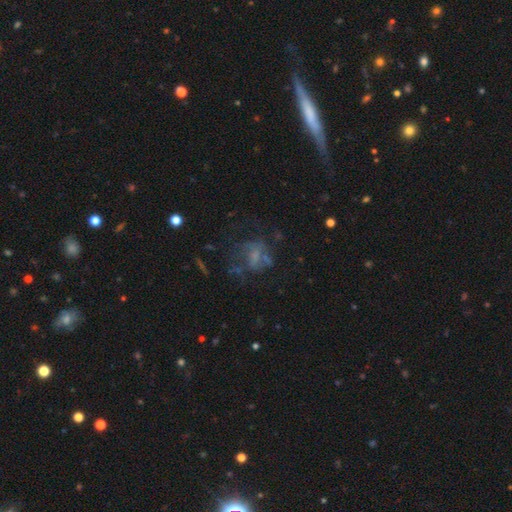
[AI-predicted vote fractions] Smooth or featured: featured or disk — 47% (smooth — 31%)
Merging: none — 41% (major disturbance — 35%)